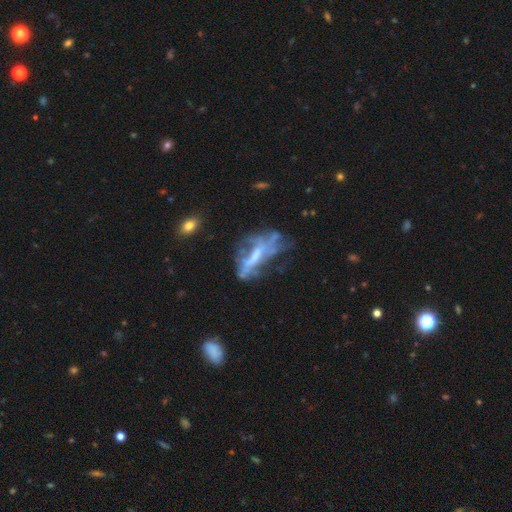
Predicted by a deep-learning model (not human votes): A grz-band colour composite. It shows a featured or disk galaxy (69%) with no bar (45%), no spiral arms (65%) and a moderate central bulge (32%). Merging: major disturbance (36%).